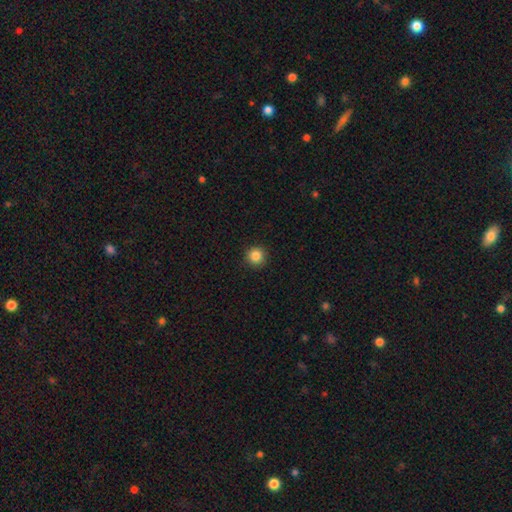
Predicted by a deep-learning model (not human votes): A smooth galaxy with no disk features (85%) that is round (95%).

Vote fractions:
- Smooth or featured? smooth: 85% / star or artifact: 11% / featured or disk: 4%
- How rounded? round: 95% / in between: 4% / cigar-shaped: 1%
- Merging? none: 92% / minor disturbance: 5% / major disturbance: 2% / merger: 1%